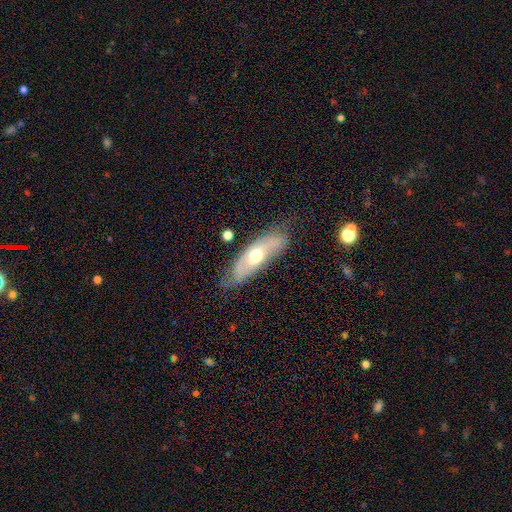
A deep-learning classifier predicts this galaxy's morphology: type=featured or disk (50%); edge-on=no (67%); merging=none (68%).